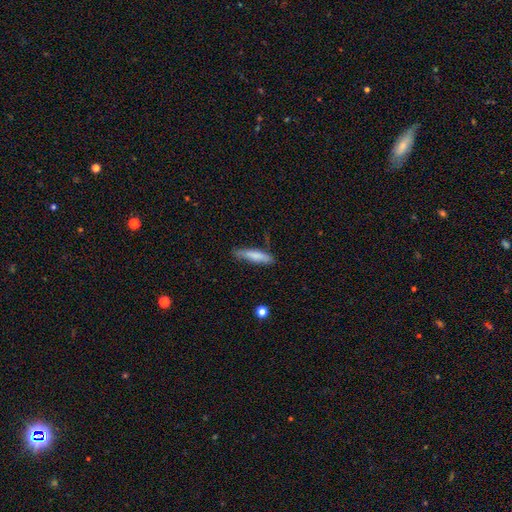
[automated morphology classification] Q: Smooth or featured?
A: smooth (78%); runner-up: featured or disk (16%)
Q: How rounded?
A: cigar-shaped (79%); runner-up: in between (20%)
Q: Merging?
A: none (75%); runner-up: minor disturbance (20%)